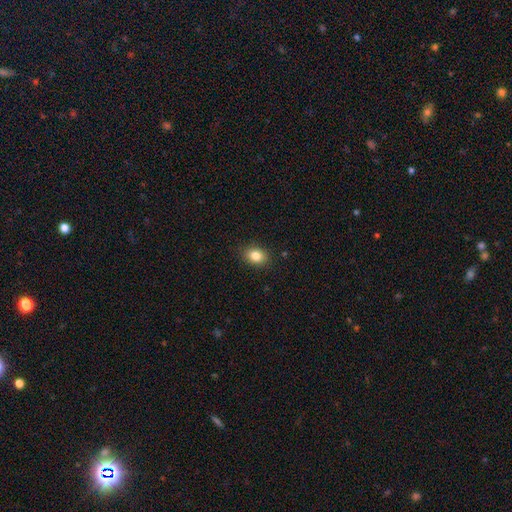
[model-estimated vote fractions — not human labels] The model was most divided on "how rounded": in between: 62%, round: 37%, cigar-shaped: 1%. More confident: merging — none (88%); smooth or featured — smooth (83%).